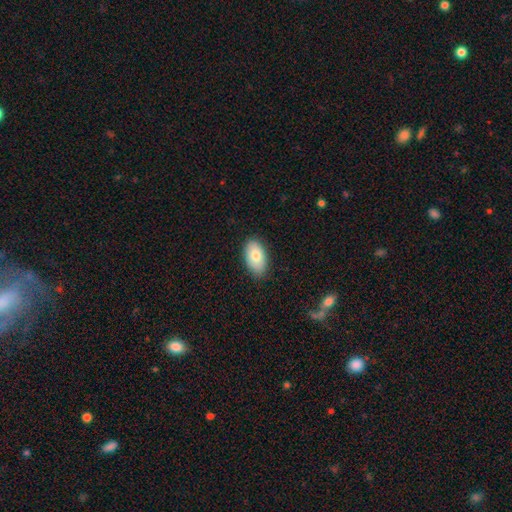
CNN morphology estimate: Smooth or featured? Predicted: smooth (p=0.81). How rounded? Predicted: in between (p=0.94). Merging? Predicted: none (p=0.85).